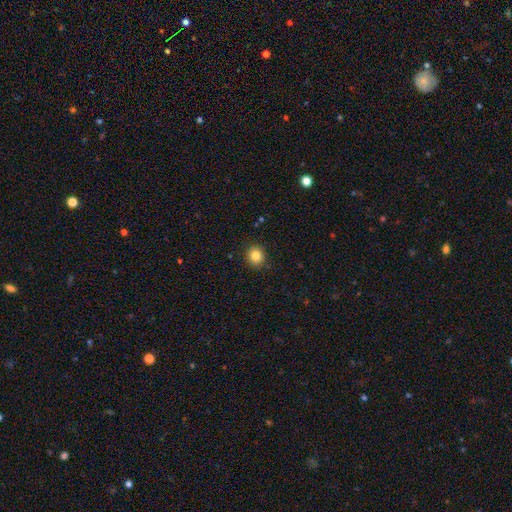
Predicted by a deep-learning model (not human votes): smooth-or-featured: smooth: 84% | star or artifact: 11% | featured or disk: 5%
  how-rounded: round: 82% | in between: 17% | cigar-shaped: 1%
  merging: none: 90% | minor disturbance: 7% | major disturbance: 2% | merger: 1%